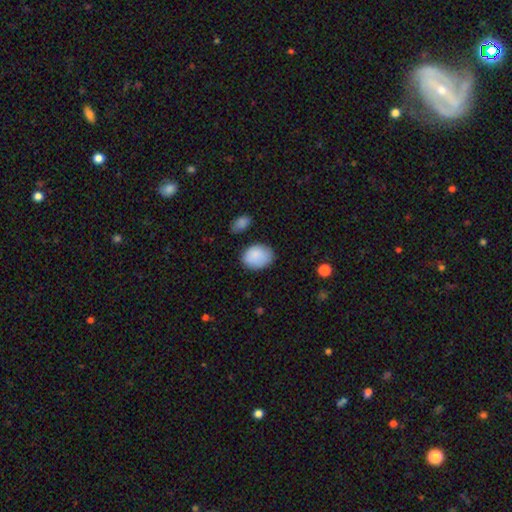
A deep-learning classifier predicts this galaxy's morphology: This appears to be a smooth galaxy with no disk features (88%) that is in between round and cigar-shaped (70%). Merging: none (73%).